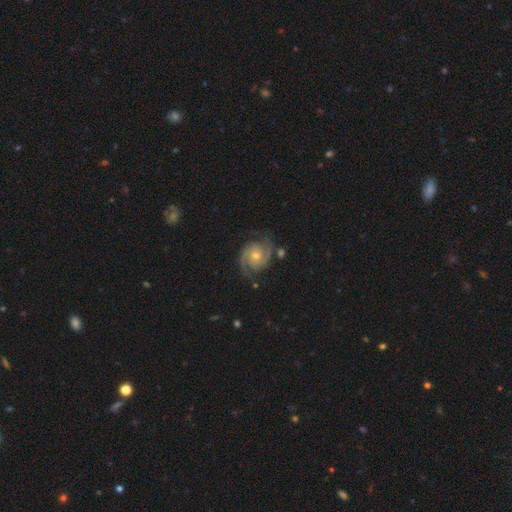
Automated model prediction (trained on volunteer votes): Q: Smooth or featured?
A: featured or disk (90%); runner-up: smooth (5%)
Q: Edge-on disk?
A: no (98%); runner-up: yes (2%)
Q: Bar?
A: no (69%); runner-up: weak (25%)
Q: Spiral arms?
A: yes (98%); runner-up: no (2%)
Q: Spiral winding?
A: tight (50%); runner-up: medium (42%)
Q: Spiral arm count?
A: 2 (79%); runner-up: 3 (10%)
Q: Bulge size?
A: moderate (57%); runner-up: small (39%)
Q: Merging?
A: none (76%); runner-up: minor disturbance (16%)